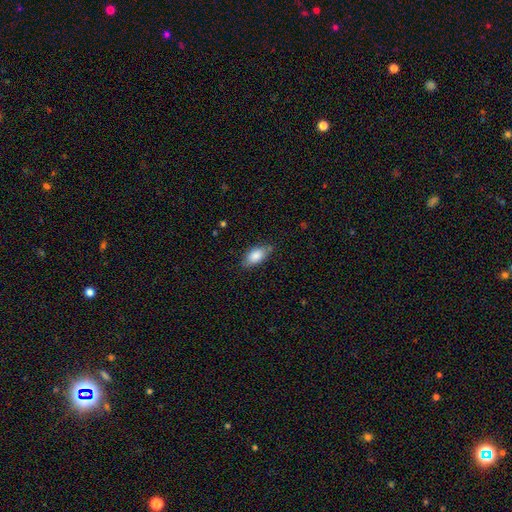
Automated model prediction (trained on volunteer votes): Morphology: type=smooth (85%); roundness=in between (91%); merging=none (74%).